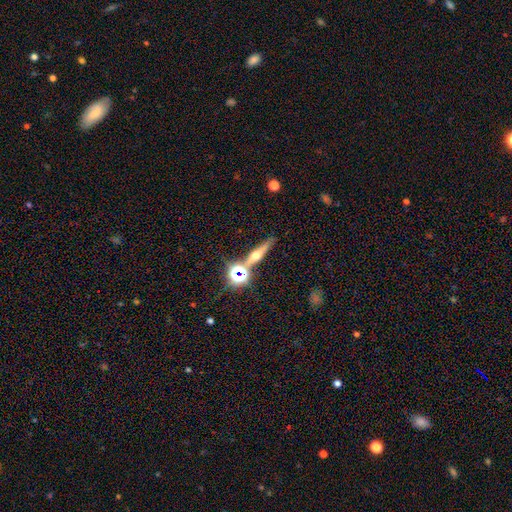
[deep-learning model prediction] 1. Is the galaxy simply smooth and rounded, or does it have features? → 53% featured or disk, 28% smooth, 19% star or artifact.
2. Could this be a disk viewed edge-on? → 90% yes, 10% no.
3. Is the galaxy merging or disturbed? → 77% none, 12% merger, 8% minor disturbance, 3% major disturbance.